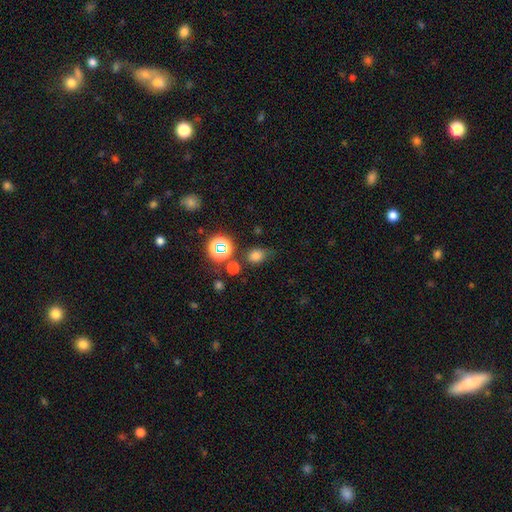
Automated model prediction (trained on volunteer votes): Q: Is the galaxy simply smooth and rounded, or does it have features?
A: smooth — 72%.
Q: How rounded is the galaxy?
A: round — 52%.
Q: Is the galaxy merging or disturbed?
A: none — 68%.